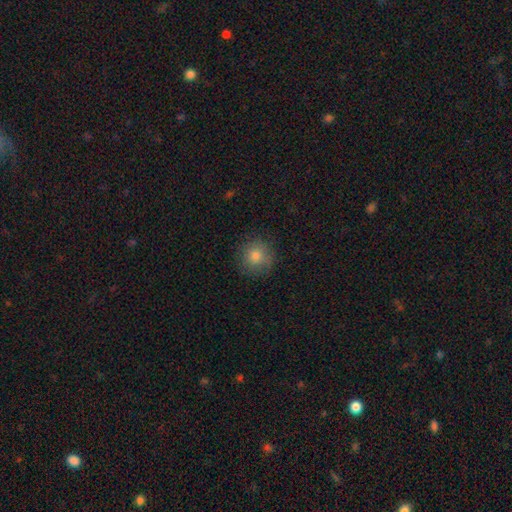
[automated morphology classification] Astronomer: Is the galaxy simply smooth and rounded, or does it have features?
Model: smooth — 81%.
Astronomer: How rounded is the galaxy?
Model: round — 93%.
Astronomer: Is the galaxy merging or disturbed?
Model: none — 85%.